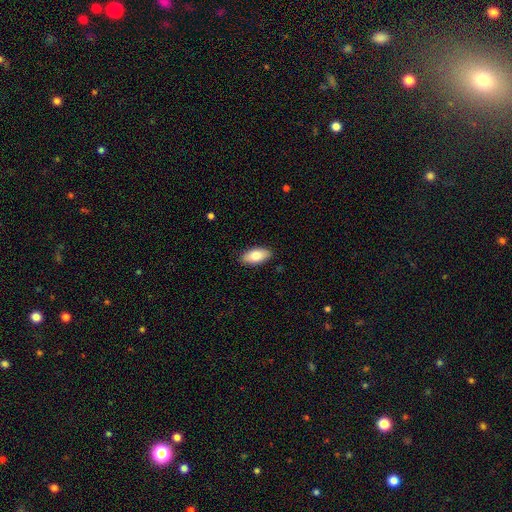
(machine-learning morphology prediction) The model was most divided on "smooth or featured": smooth: 78%, featured or disk: 15%, star or artifact: 6%. More confident: how rounded — in between (90%); merging — none (89%).